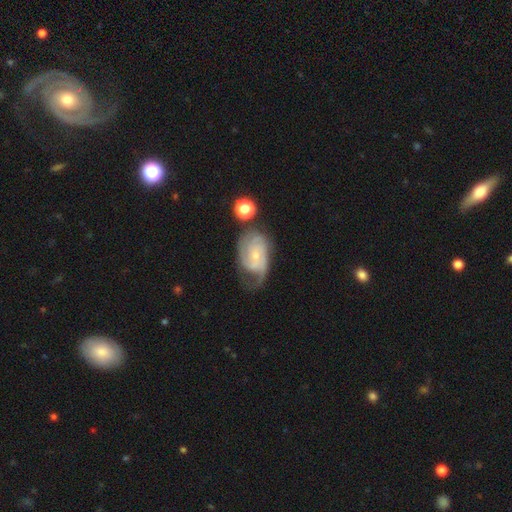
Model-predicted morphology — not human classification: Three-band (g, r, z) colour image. It shows a featured or disk galaxy (79%) with no bar (69%), 2 (30%) tight (45%) spiral arms (94%) and a small central bulge (73%). Merging: none (44%).